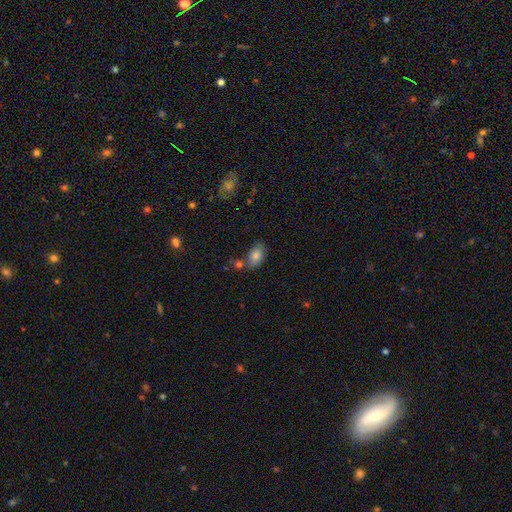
Q: Smooth or featured?
A: smooth (84%); runner-up: featured or disk (8%)
Q: How rounded?
A: in between (94%); runner-up: round (3%)
Q: Merging?
A: none (79%); runner-up: merger (12%)